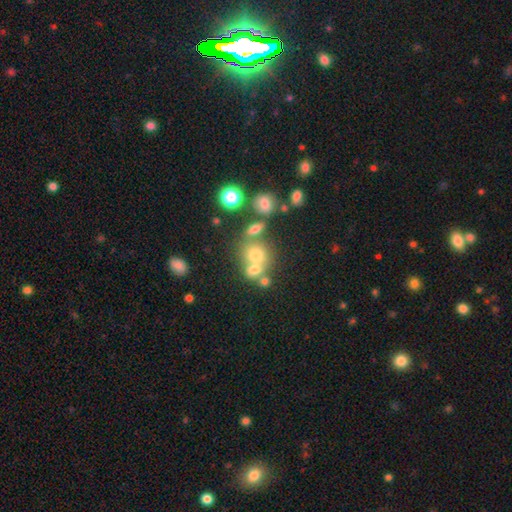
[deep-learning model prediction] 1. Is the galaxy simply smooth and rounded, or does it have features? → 64% smooth, 19% star or artifact, 17% featured or disk.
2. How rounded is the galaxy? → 75% round, 24% in between, 1% cigar-shaped.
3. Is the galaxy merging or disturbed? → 43% merger, 42% none, 9% minor disturbance, 6% major disturbance.